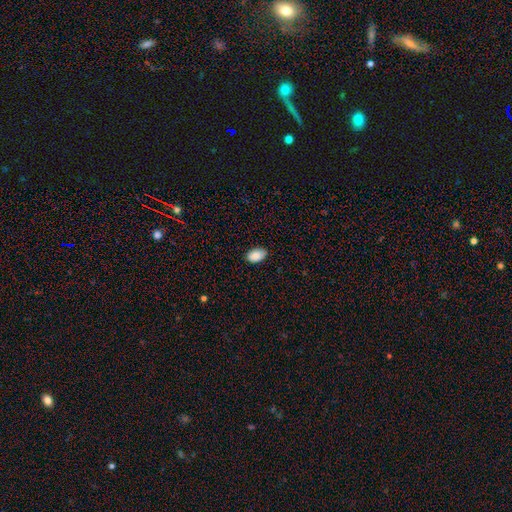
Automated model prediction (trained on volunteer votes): A smooth galaxy with no disk features (89%) that is in between round and cigar-shaped (93%). Merging: none (84%).